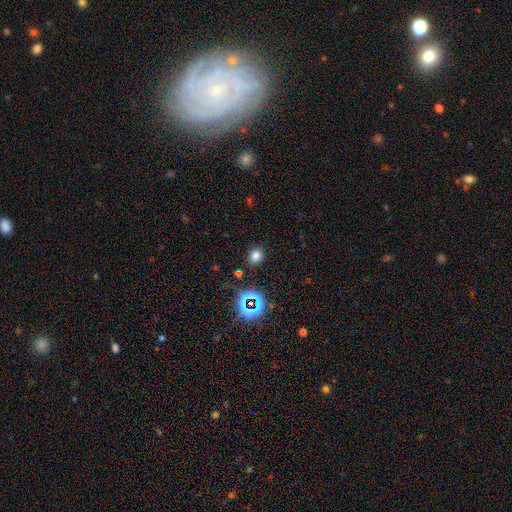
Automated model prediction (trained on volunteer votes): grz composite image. It shows a smooth galaxy with no disk features (72%) that is round (78%). Merging: none (87%).